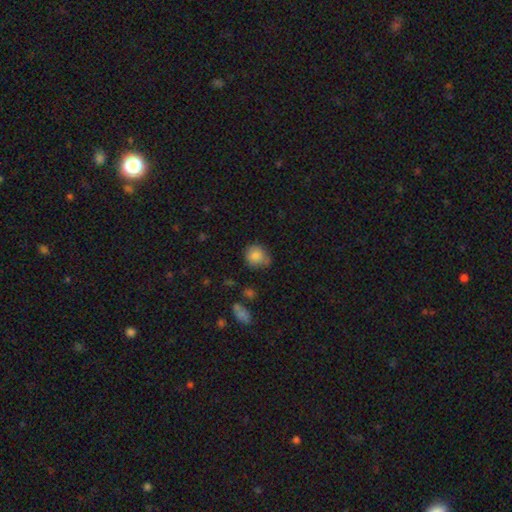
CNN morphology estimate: This is clearly a smooth galaxy (83%). How rounded: clearly round (84%). Merging: likely none (66%).